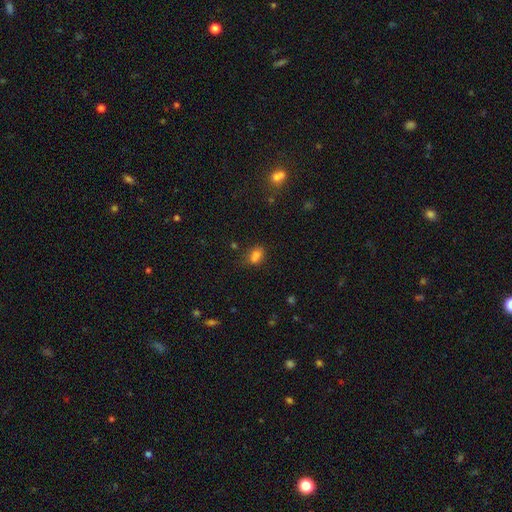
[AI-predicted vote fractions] This appears to be a smooth galaxy with no disk features (76%) that is in between round and cigar-shaped (71%). Merging: none (55%).